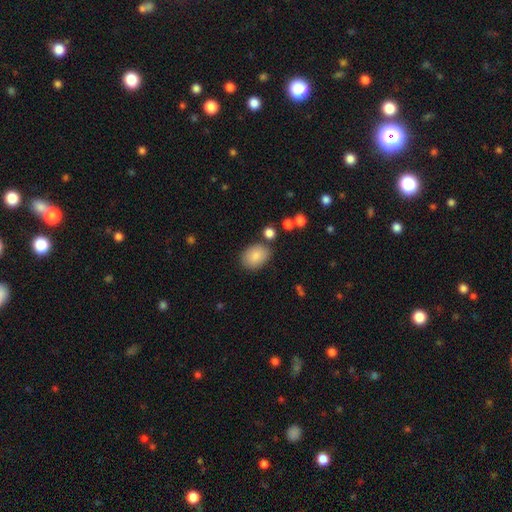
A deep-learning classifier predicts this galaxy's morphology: This appears to be a smooth galaxy with no disk features (84%) that is in between round and cigar-shaped (75%). Merging: none (80%).